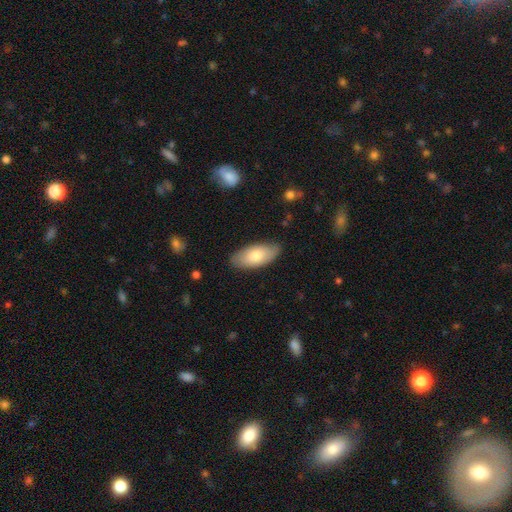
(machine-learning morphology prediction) This appears to be a smooth galaxy with no disk features (74%) that is in between round and cigar-shaped (92%). Merging: none (82%).